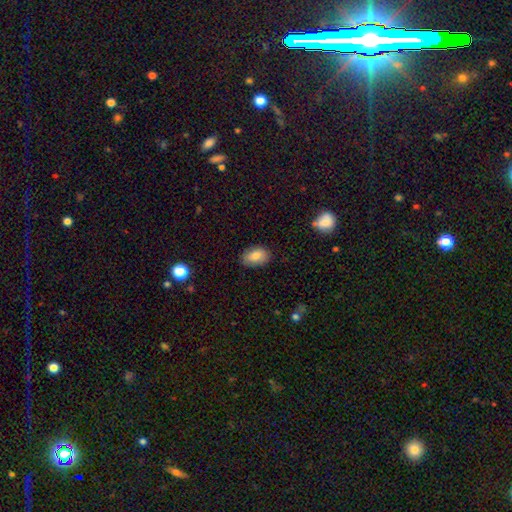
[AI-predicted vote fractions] Smooth or featured? smooth (82%)
How rounded? in between (90%)
Merging? none (84%)